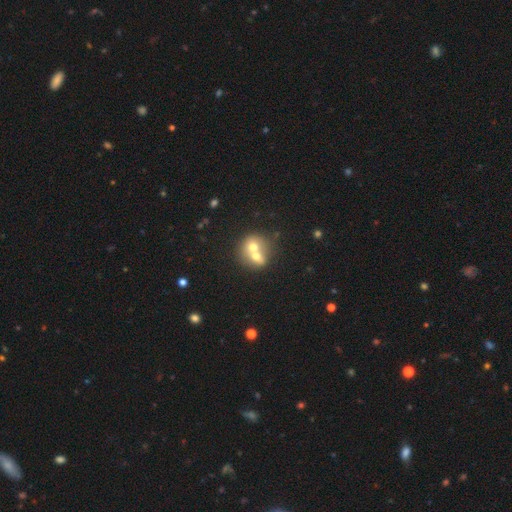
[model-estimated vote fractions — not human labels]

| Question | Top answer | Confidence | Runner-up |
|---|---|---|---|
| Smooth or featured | smooth | 63% | featured or disk (28%) |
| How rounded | round | 70% | in between (29%) |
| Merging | merger | 72% | none (21%) |